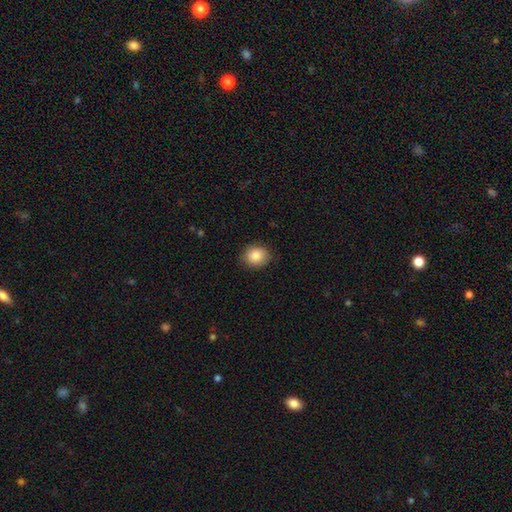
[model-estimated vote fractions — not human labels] smooth_or_featured: smooth (p=0.87) [alt: star or artifact p=0.08]
how_rounded: round (p=0.71) [alt: in between p=0.28]
merging: none (p=0.85) [alt: minor disturbance p=0.12]